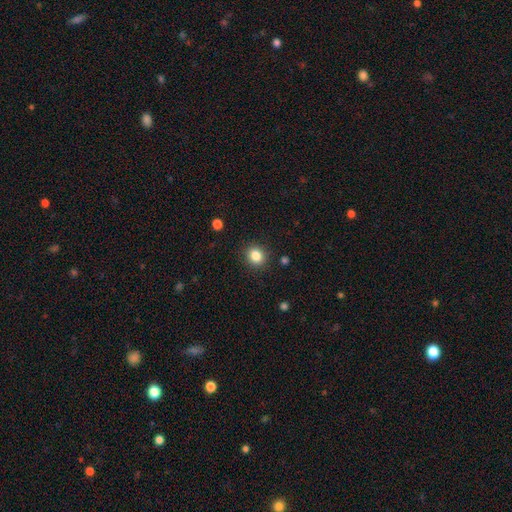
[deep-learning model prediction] Q: Smooth or featured?
A: smooth (84%); runner-up: star or artifact (11%)
Q: How rounded?
A: round (78%); runner-up: in between (21%)
Q: Merging?
A: none (89%); runner-up: minor disturbance (7%)